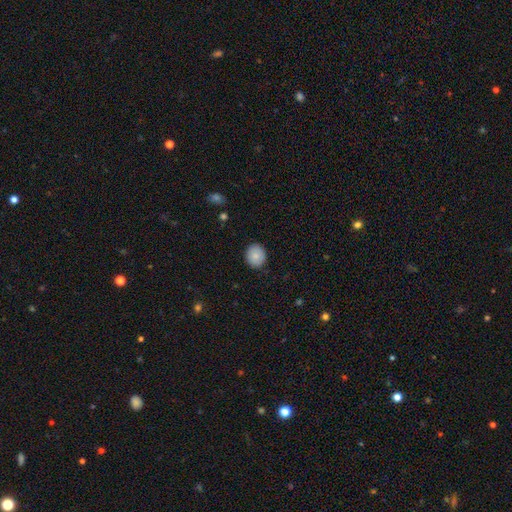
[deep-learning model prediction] This is clearly a smooth galaxy (84%). How rounded: likely round (76%). Merging: clearly none (89%).